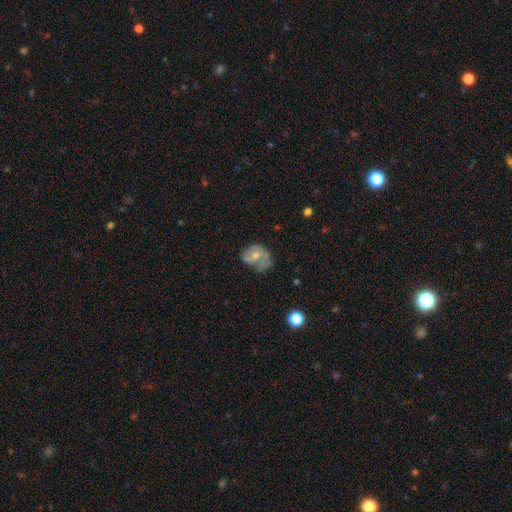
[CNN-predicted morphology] Smooth or featured: smooth — 47% (featured or disk — 45%)
Merging: minor disturbance — 34% (none — 31%)